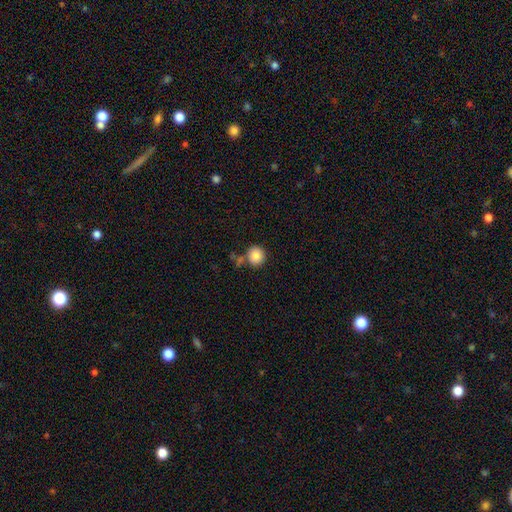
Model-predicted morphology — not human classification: Overall: smooth (84%). How rounded: round (91%). Merging: none (72%).